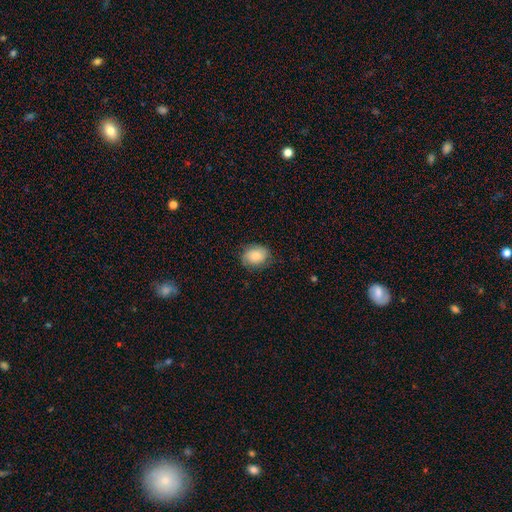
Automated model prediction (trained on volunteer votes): A smooth galaxy with no disk features (75%) that is in between round and cigar-shaped (65%).

Vote fractions:
- Smooth or featured? smooth: 75% / featured or disk: 17% / star or artifact: 8%
- How rounded? in between: 65% / round: 34% / cigar-shaped: 1%
- Merging? none: 73% / minor disturbance: 20% / major disturbance: 6% / merger: 1%